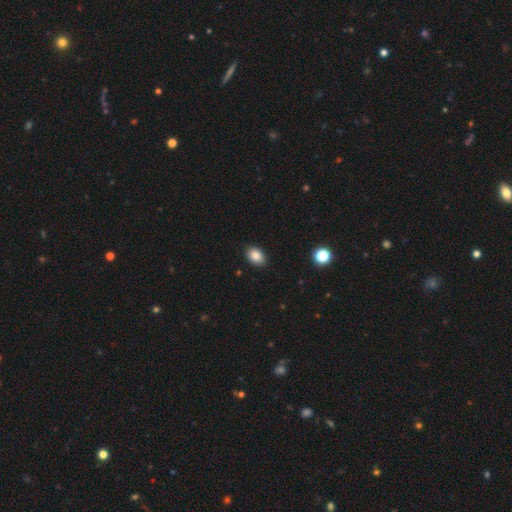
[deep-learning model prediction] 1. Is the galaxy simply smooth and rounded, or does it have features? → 86% smooth, 9% star or artifact, 5% featured or disk.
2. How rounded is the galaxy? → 79% in between, 20% round, 1% cigar-shaped.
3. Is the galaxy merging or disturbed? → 89% none, 8% minor disturbance, 2% major disturbance, 1% merger.